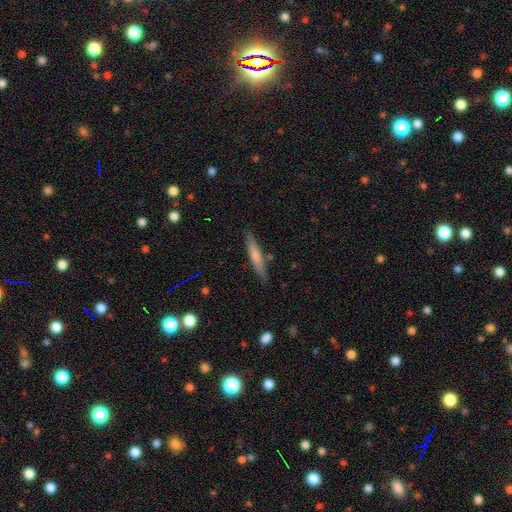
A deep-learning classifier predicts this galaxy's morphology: A smooth galaxy with no disk features (68%) that is cigar-shaped (89%).

Vote fractions:
- Smooth or featured? smooth: 68% / featured or disk: 26% / star or artifact: 6%
- How rounded? cigar-shaped: 89% / in between: 10% / round: 1%
- Merging? none: 83% / minor disturbance: 12% / merger: 3% / major disturbance: 2%